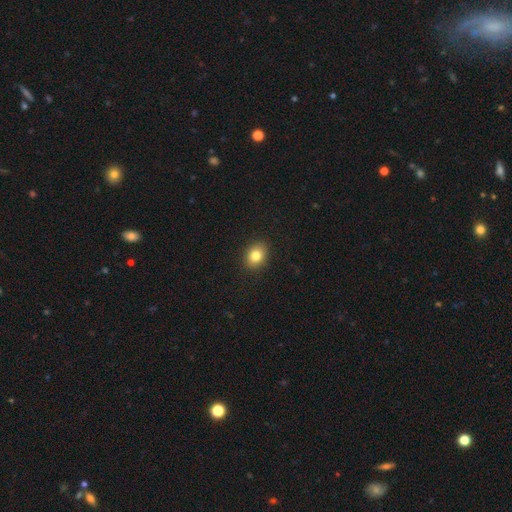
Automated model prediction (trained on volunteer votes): This appears to be a smooth galaxy with no disk features (82%) that is in between round and cigar-shaped (54%). Merging: none (90%).